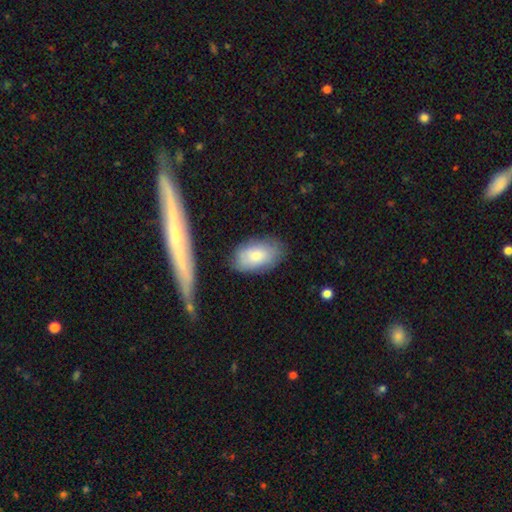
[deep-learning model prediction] The model was most divided on "merging": none: 73%, minor disturbance: 18%, major disturbance: 5%, merger: 4%. More confident: how rounded — in between (92%); smooth or featured — smooth (75%).